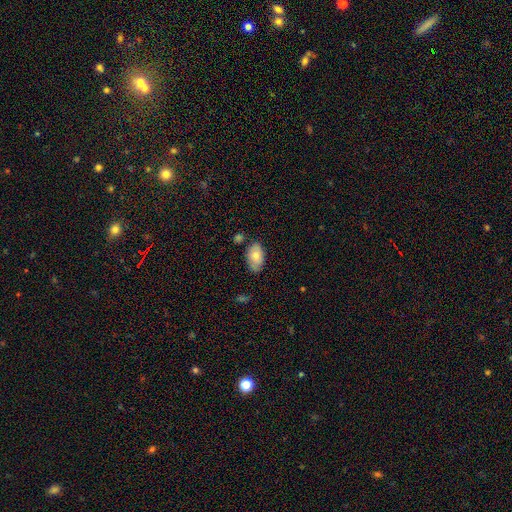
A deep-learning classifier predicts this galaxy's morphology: The model was most divided on "merging": none: 71%, minor disturbance: 22%, merger: 4%, major disturbance: 4%. More confident: how rounded — in between (93%); smooth or featured — smooth (74%).